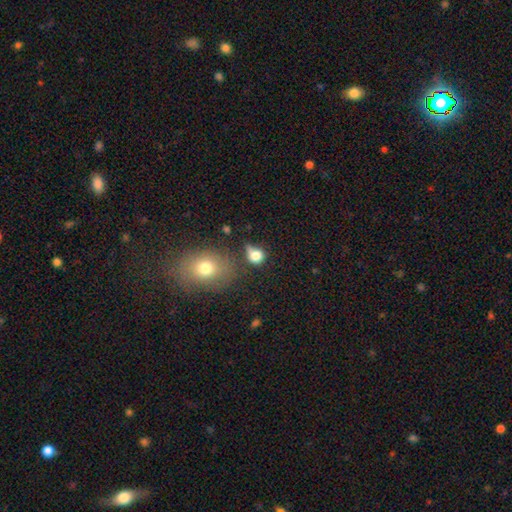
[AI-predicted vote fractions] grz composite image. It shows a smooth galaxy with no disk features (79%) that is round (67%). Merging: none (40%).